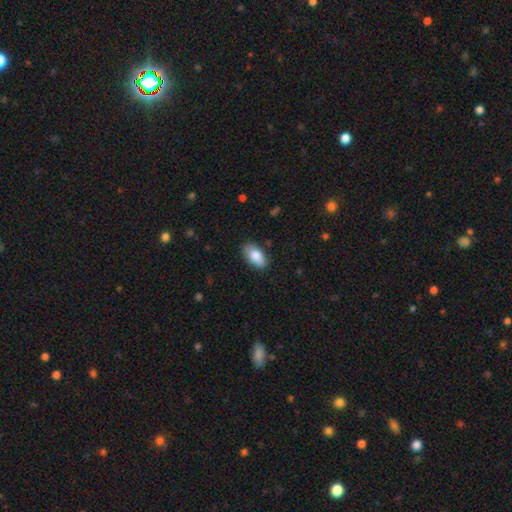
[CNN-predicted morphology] Smooth or featured? smooth (84%)
How rounded? in between (93%)
Merging? none (85%)